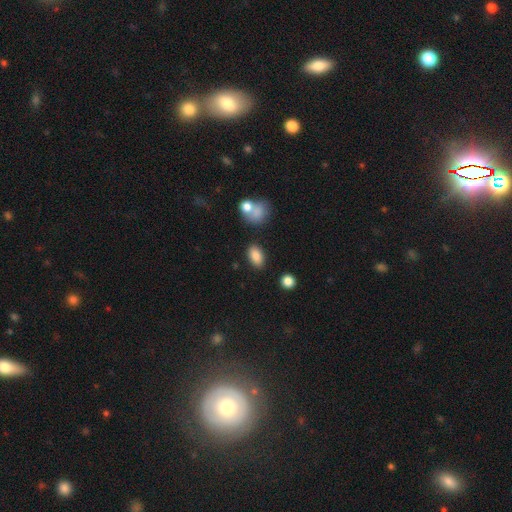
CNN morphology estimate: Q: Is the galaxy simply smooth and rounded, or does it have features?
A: smooth — 86%.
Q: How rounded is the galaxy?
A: in between — 90%.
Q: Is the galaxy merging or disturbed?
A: none — 83%.